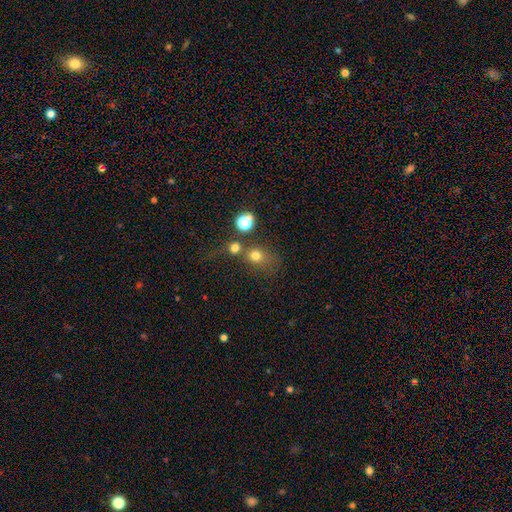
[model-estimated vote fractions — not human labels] Smooth or featured?
  - smooth: 72% *
  - star or artifact: 18%
  - featured or disk: 10%
How rounded?
  - round: 74% *
  - in between: 25%
  - cigar-shaped: 1%
Merging?
  - none: 49% *
  - merger: 29%
  - minor disturbance: 12%
  - major disturbance: 10%